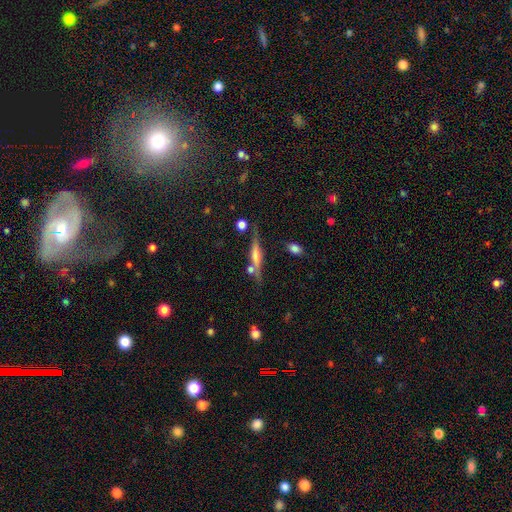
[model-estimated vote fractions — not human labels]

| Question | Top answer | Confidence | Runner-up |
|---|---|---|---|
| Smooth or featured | featured or disk | 59% | smooth (32%) |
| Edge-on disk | yes | 94% | no (6%) |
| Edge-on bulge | rounded | 54% | boxy (27%) |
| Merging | none | 72% | minor disturbance (15%) |